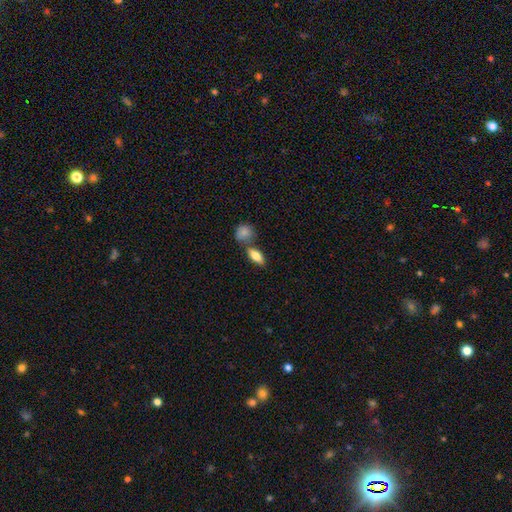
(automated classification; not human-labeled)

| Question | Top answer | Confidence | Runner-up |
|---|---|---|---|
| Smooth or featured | smooth | 82% | featured or disk (12%) |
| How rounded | in between | 83% | cigar-shaped (12%) |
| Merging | none | 64% | merger (22%) |